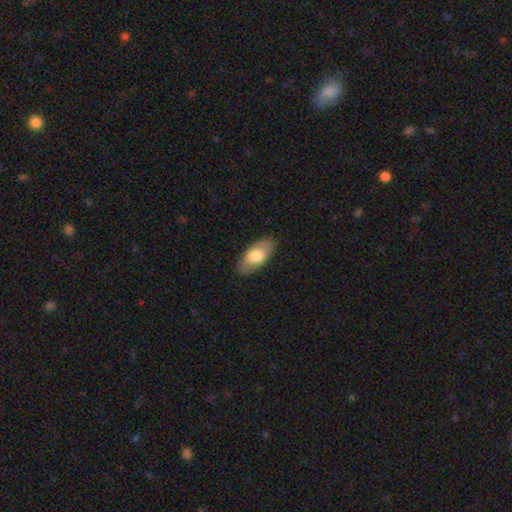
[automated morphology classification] smooth-or-featured: smooth: 71% | featured or disk: 24% | star or artifact: 5%
  how-rounded: in between: 91% | cigar-shaped: 6% | round: 3%
  merging: none: 86% | minor disturbance: 10% | major disturbance: 3% | merger: 1%